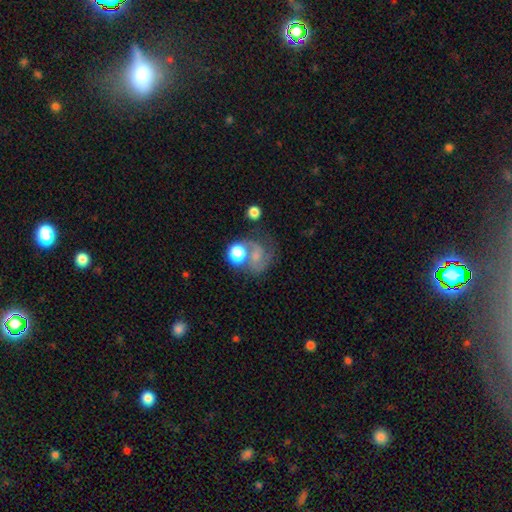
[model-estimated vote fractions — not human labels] Smooth or featured? Predicted: featured or disk (p=0.49). Merging? Predicted: none (p=0.39).